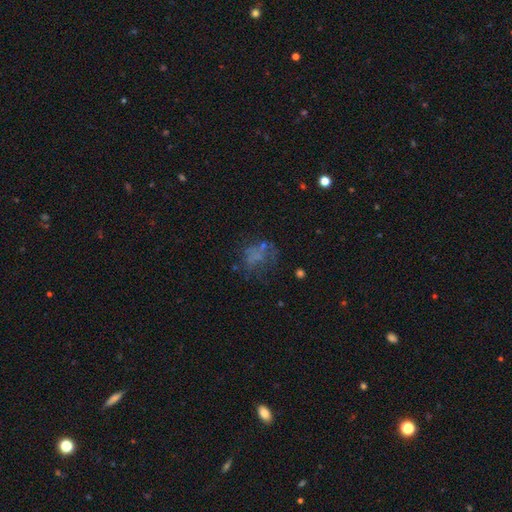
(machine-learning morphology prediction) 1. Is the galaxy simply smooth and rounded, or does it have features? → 39% featured or disk, 38% smooth, 23% star or artifact.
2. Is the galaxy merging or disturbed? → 45% none, 29% major disturbance, 19% minor disturbance, 6% merger.